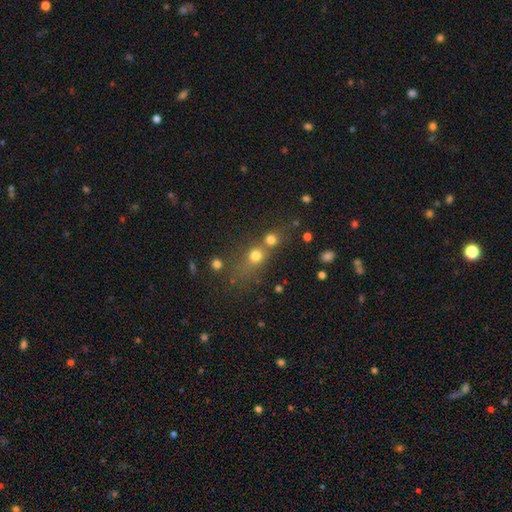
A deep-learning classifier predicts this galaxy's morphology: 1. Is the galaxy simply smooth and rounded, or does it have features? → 70% smooth, 18% star or artifact, 11% featured or disk.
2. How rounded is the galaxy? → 79% round, 19% in between, 3% cigar-shaped.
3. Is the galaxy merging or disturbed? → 45% merger, 40% none, 8% minor disturbance, 7% major disturbance.